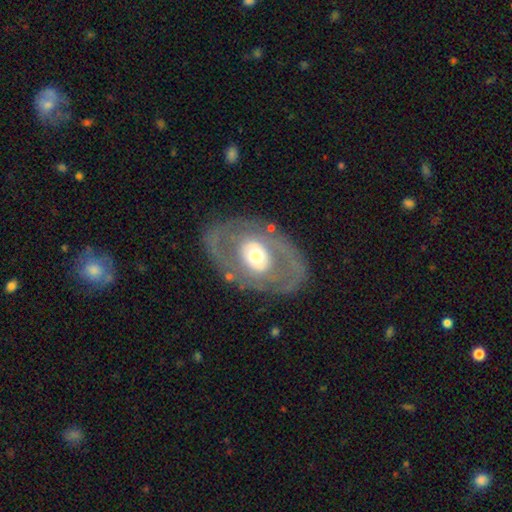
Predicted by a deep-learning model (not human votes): featured or disk 70%, smooth 25%, star or artifact 5%. Down the decision tree: edge-on disk — no (93%); bar — no (76%); spiral arms — no (68%); bulge size — moderate (64%); merging — none (76%).